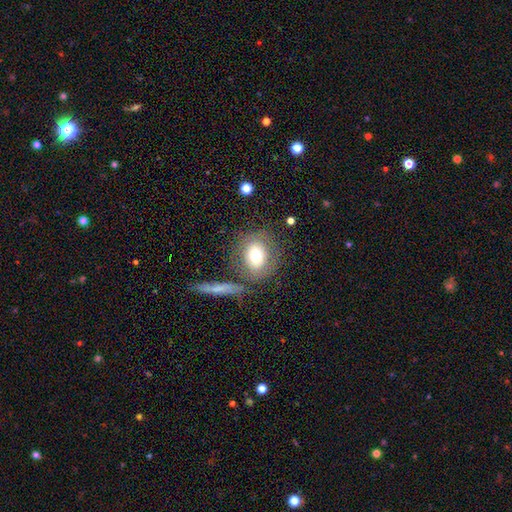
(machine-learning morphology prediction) The model was most divided on "how rounded": round: 68%, in between: 30%, cigar-shaped: 2%. More confident: merging — none (71%); smooth or featured — smooth (69%).